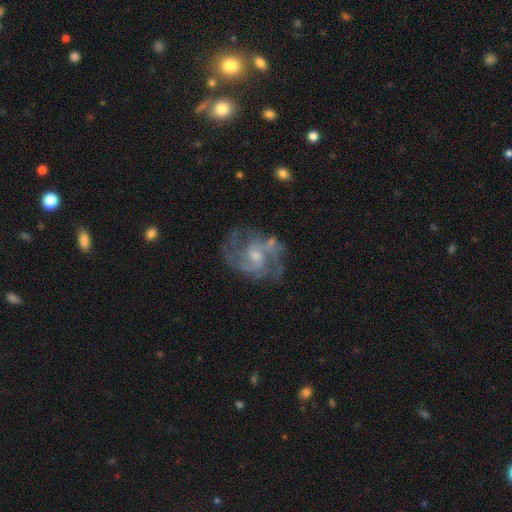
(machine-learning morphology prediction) Smooth or featured: featured or disk — 87% (smooth — 7%)
Edge-on disk: no — 98% (yes — 2%)
Bar: no — 48% (weak — 44%)
Spiral arms: yes — 95% (no — 5%)
Spiral winding: medium — 53% (tight — 29%)
Spiral arm count: 2 — 51% (3 — 20%)
Bulge size: small — 54% (moderate — 38%)
Merging: none — 68% (minor disturbance — 17%)